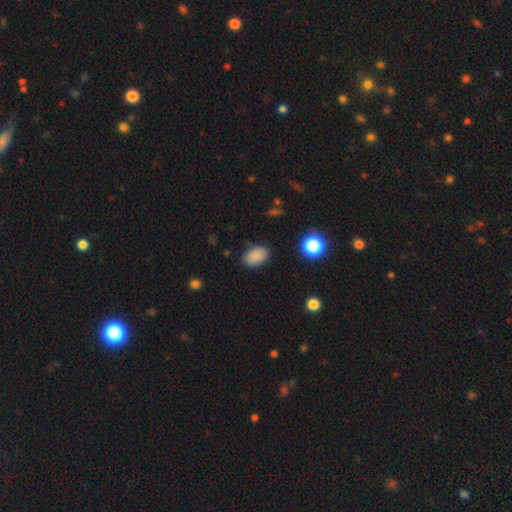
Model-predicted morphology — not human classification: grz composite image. It shows a smooth galaxy with no disk features (87%) that is in between round and cigar-shaped (89%). Merging: none (86%).